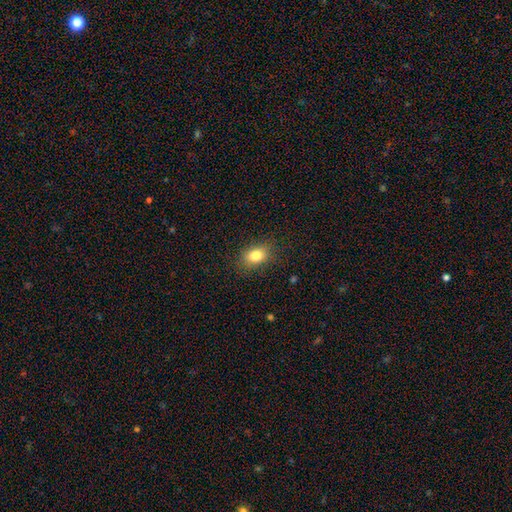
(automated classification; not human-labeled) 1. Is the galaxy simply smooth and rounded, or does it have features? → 82% smooth, 10% star or artifact, 8% featured or disk.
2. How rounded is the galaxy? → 75% in between, 24% round, 2% cigar-shaped.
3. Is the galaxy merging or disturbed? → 85% none, 11% minor disturbance, 3% major disturbance, 1% merger.